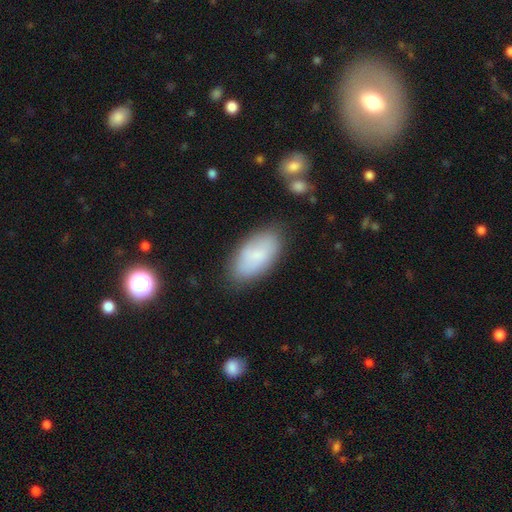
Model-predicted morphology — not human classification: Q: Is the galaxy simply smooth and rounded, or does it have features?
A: smooth — 79%.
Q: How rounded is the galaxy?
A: in between — 94%.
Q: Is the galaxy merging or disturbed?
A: none — 80%.